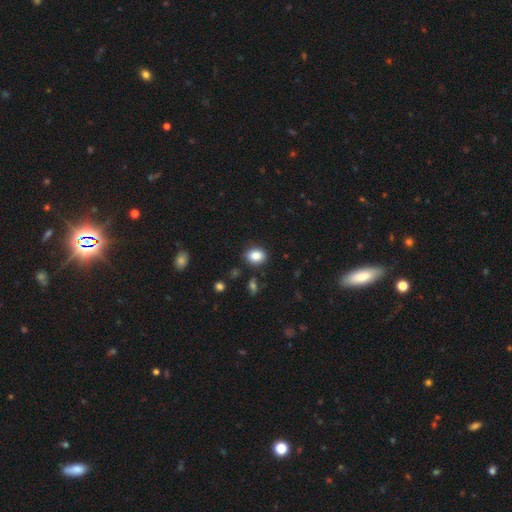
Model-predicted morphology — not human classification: type=smooth (85%); roundness=in between (54%); merging=none (86%).